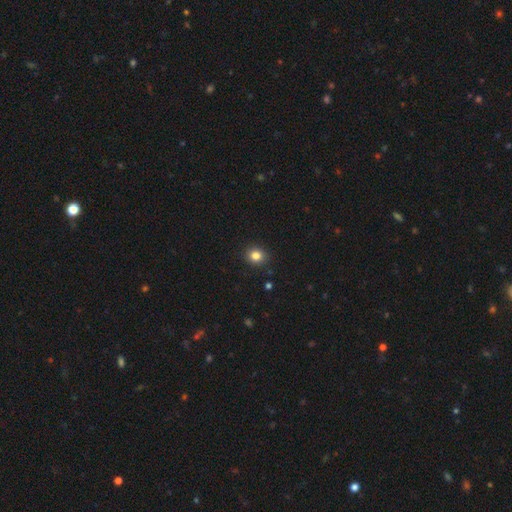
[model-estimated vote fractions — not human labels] A smooth galaxy with no disk features (82%) that is round (75%). Merging: none (90%).